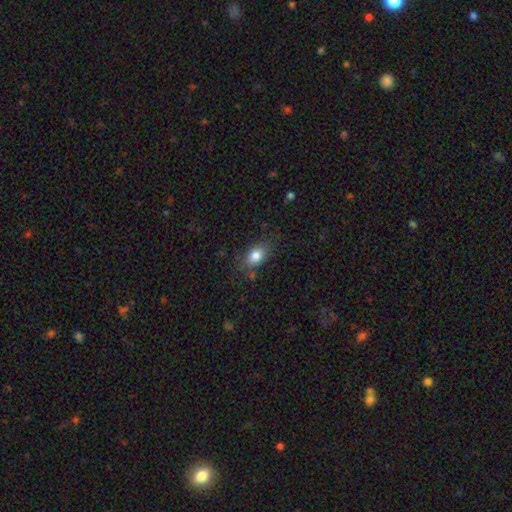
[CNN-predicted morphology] type=smooth (82%); roundness=in between (76%); merging=none (77%).